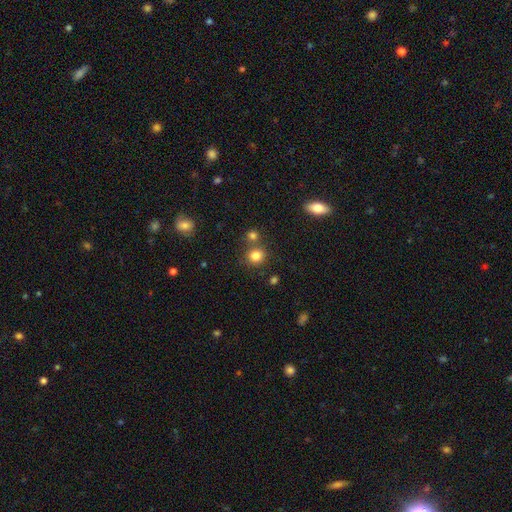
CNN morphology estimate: Smooth or featured? smooth (81%)
How rounded? round (86%)
Merging? none (70%)